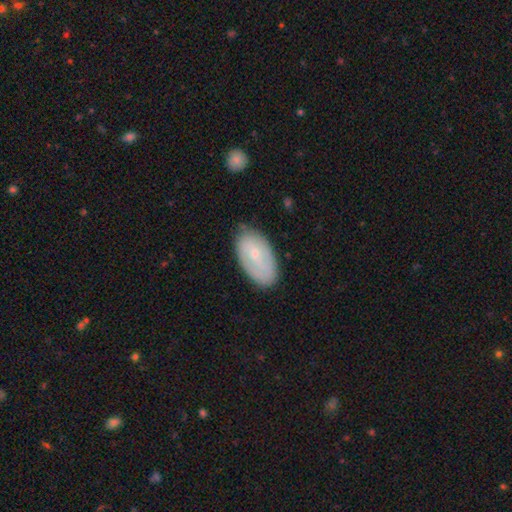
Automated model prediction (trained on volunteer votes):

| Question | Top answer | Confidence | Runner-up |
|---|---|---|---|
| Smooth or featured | smooth | 50% | featured or disk (43%) |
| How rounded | in between | 93% | round (4%) |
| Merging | none | 75% | minor disturbance (19%) |